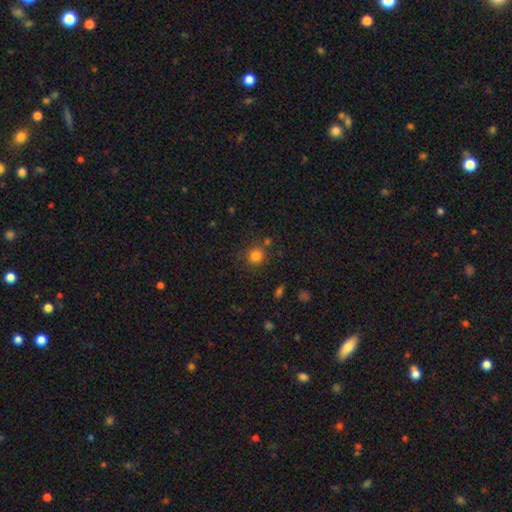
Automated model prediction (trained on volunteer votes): smooth_or_featured: smooth (p=0.82) [alt: star or artifact p=0.12]
how_rounded: round (p=0.89) [alt: in between p=0.10]
merging: none (p=0.77) [alt: minor disturbance p=0.11]